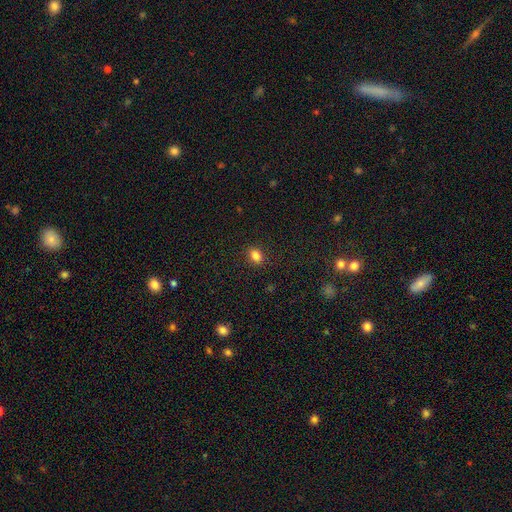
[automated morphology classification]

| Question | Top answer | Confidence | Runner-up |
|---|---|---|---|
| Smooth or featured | smooth | 84% | star or artifact (12%) |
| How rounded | in between | 70% | round (28%) |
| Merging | none | 88% | minor disturbance (9%) |